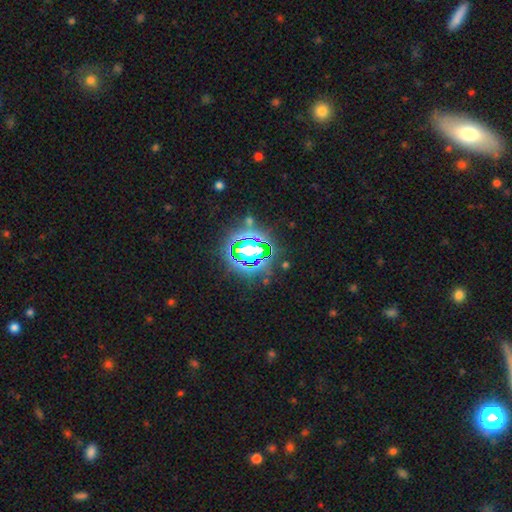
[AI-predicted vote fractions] A star or artifact, not a galaxy (71%).